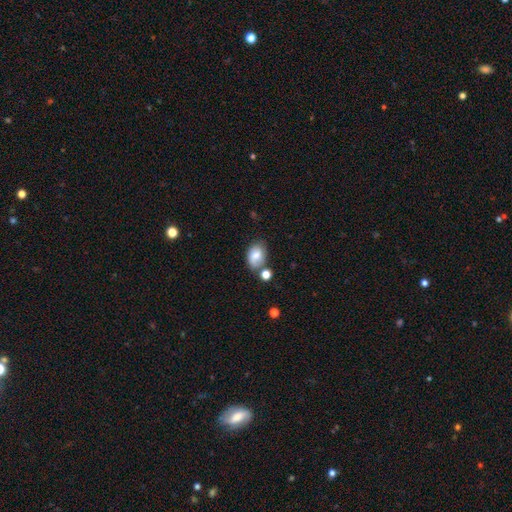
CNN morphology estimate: A smooth galaxy with no disk features (76%) that is in between round and cigar-shaped (82%). Merging: none (56%).